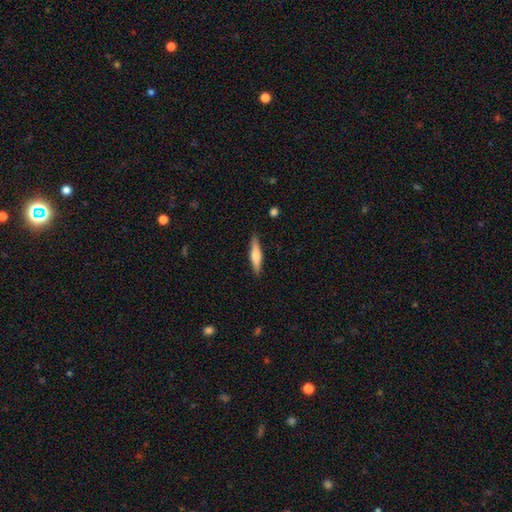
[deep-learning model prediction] smooth_or_featured: smooth (p=0.56) [alt: featured or disk p=0.38]
how_rounded: cigar-shaped (p=0.79) [alt: in between p=0.19]
merging: none (p=0.88) [alt: minor disturbance p=0.09]